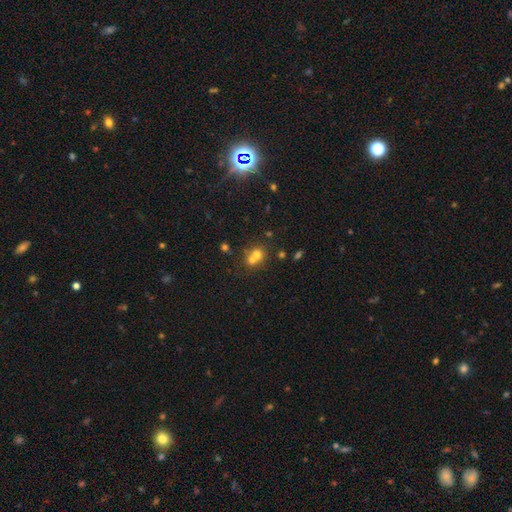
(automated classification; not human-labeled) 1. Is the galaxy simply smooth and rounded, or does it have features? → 65% smooth, 18% featured or disk, 16% star or artifact.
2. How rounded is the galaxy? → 79% round, 20% in between, 1% cigar-shaped.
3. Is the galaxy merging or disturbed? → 58% merger, 34% none, 6% minor disturbance, 3% major disturbance.